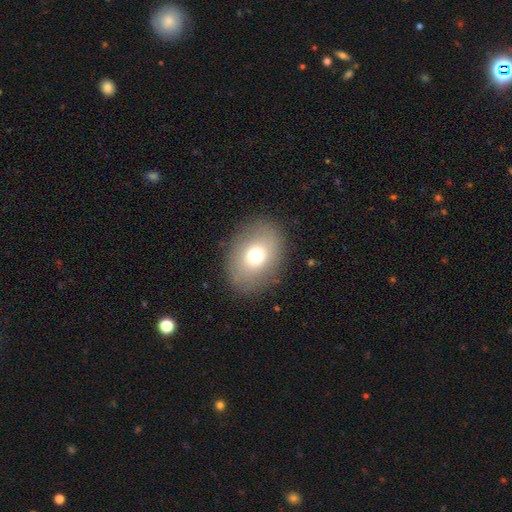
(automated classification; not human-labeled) Smooth or featured: smooth — 70% (featured or disk — 18%)
How rounded: in between — 65% (round — 34%)
Merging: none — 85% (minor disturbance — 9%)